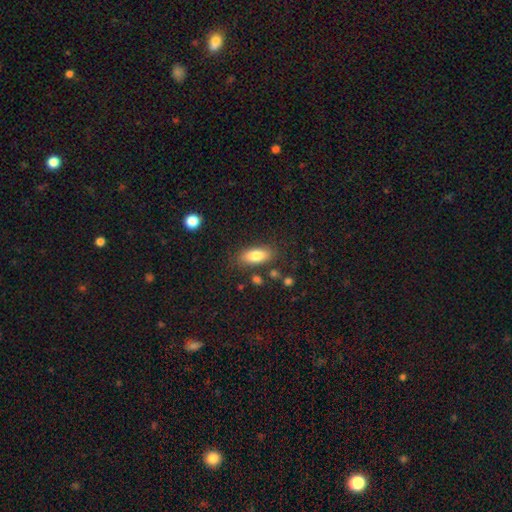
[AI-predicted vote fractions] Smooth or featured: smooth — 80% (featured or disk — 12%)
How rounded: in between — 84% (cigar-shaped — 13%)
Merging: none — 81% (minor disturbance — 12%)